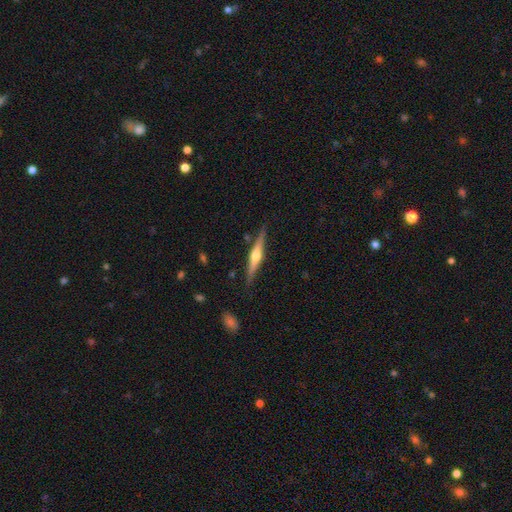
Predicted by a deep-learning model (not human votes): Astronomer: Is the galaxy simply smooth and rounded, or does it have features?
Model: featured or disk — 75%.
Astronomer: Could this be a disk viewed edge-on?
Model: yes — 98%.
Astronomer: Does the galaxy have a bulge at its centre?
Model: rounded — 92%.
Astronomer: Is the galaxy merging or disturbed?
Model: none — 87%.